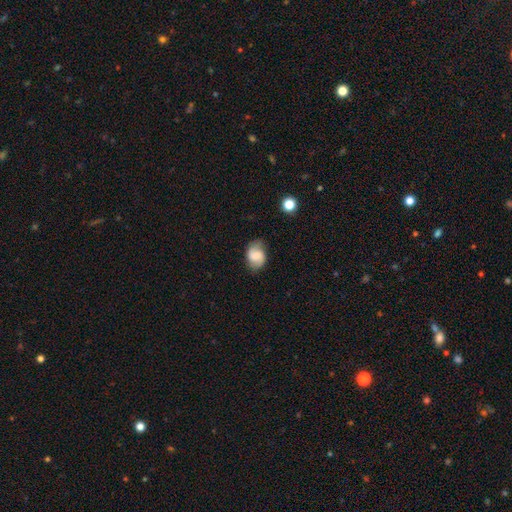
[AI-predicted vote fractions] A featured or disk galaxy (46%). Merging: none (75%).